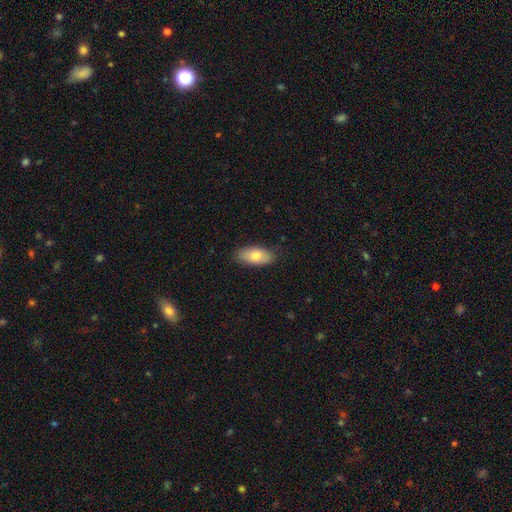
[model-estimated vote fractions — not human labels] Smooth or featured? Predicted: smooth (p=0.79). How rounded? Predicted: in between (p=0.90). Merging? Predicted: none (p=0.85).